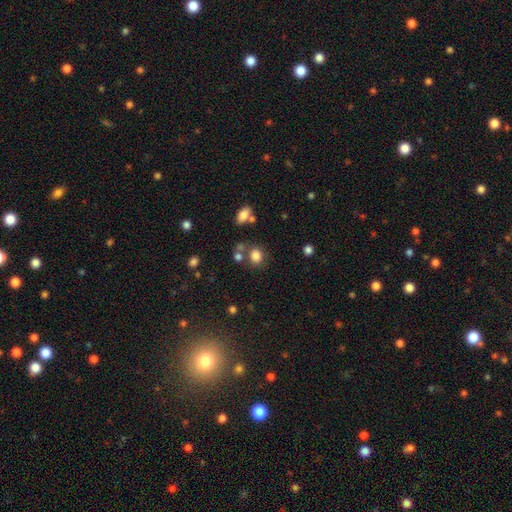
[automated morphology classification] The model was most divided on "how rounded": round: 68%, in between: 31%, cigar-shaped: 1%. More confident: smooth or featured — smooth (81%); merging — none (66%).